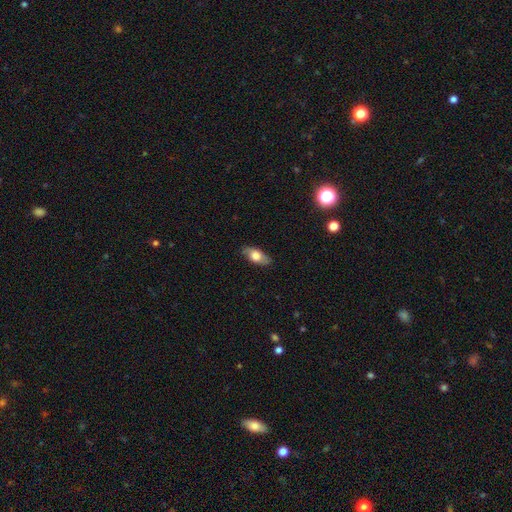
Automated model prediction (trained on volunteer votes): Smooth or featured? smooth (65%)
How rounded? in between (84%)
Merging? none (82%)